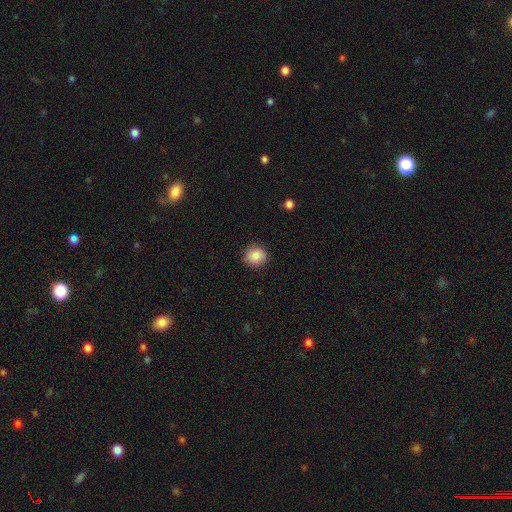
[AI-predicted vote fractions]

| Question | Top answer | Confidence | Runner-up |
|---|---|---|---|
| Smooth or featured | smooth | 86% | star or artifact (8%) |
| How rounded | round | 87% | in between (12%) |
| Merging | none | 88% | minor disturbance (9%) |